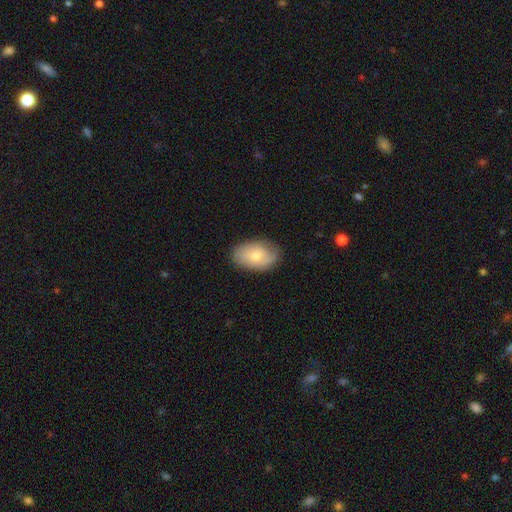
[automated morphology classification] This is likely a smooth galaxy (66%). How rounded: clearly in between (89%). Merging: likely none (78%).